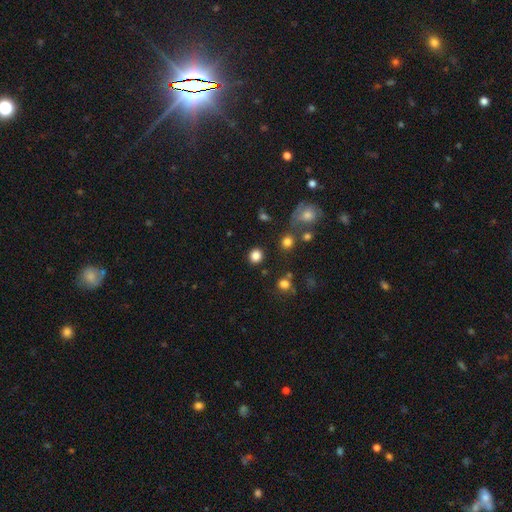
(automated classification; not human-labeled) A smooth galaxy with no disk features (83%) that is round (83%).

Vote fractions:
- Smooth or featured? smooth: 83% / star or artifact: 13% / featured or disk: 4%
- How rounded? round: 83% / in between: 16% / cigar-shaped: 1%
- Merging? none: 86% / minor disturbance: 7% / merger: 3% / major disturbance: 3%